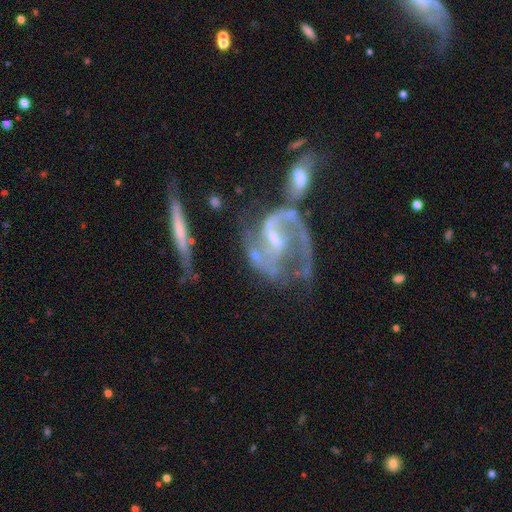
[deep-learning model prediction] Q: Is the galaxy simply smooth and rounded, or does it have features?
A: featured or disk — 87%.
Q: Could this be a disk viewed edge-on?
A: no — 96%.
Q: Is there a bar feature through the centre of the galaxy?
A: weak — 47%.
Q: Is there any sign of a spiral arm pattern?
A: yes — 92%.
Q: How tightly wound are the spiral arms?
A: medium — 50%.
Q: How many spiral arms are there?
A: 2 — 74%.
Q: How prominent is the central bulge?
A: small — 57%.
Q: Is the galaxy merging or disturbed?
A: none — 31%.